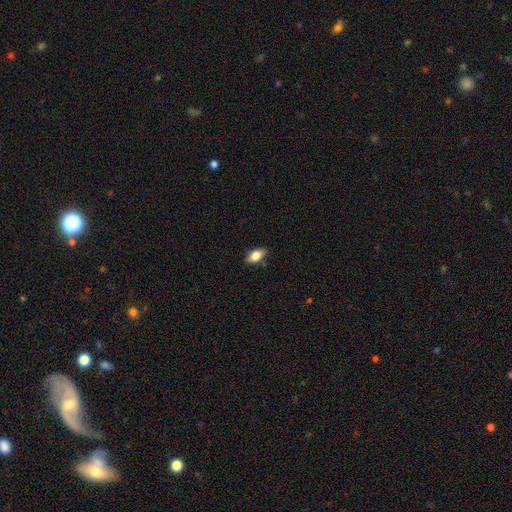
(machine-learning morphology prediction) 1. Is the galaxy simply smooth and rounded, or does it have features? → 76% smooth, 17% featured or disk, 8% star or artifact.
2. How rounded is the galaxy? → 88% in between, 6% cigar-shaped, 6% round.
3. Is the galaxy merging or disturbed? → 82% none, 14% minor disturbance, 2% major disturbance, 1% merger.